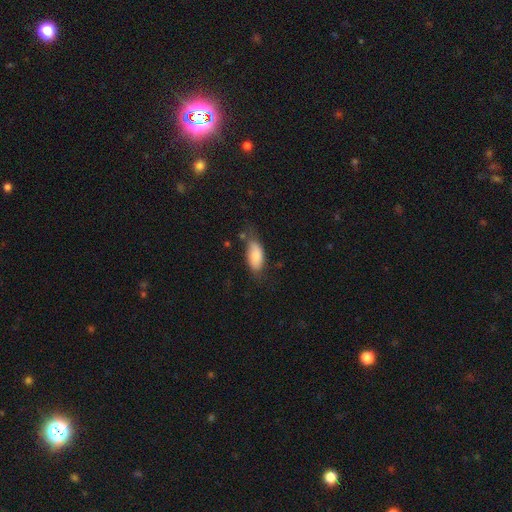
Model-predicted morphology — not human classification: type=smooth (79%); roundness=in between (90%); merging=none (53%).